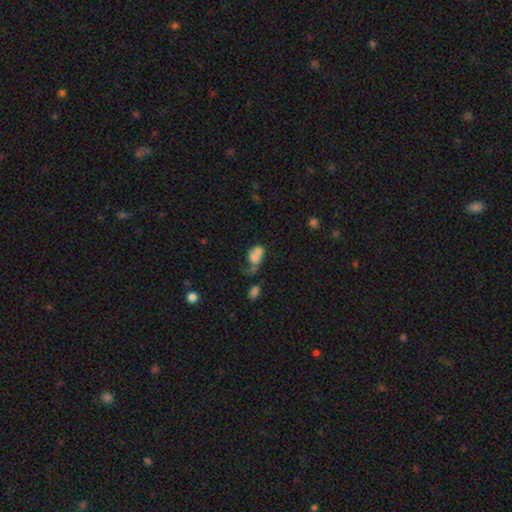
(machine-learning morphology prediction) type=smooth (64%); roundness=in between (65%); merging=merger (54%).